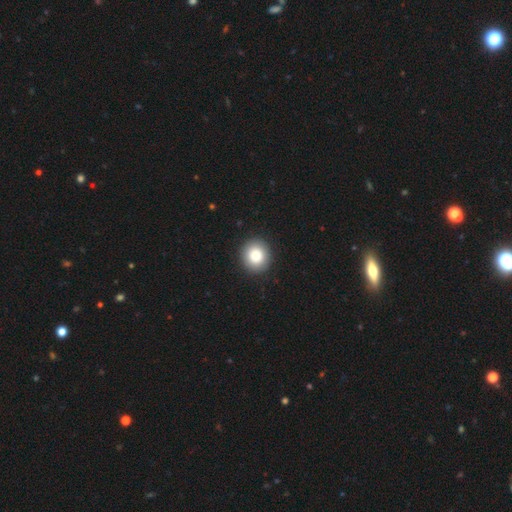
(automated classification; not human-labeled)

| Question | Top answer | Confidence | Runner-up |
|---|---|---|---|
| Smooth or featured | smooth | 85% | star or artifact (9%) |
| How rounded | round | 88% | in between (11%) |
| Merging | none | 92% | minor disturbance (5%) |